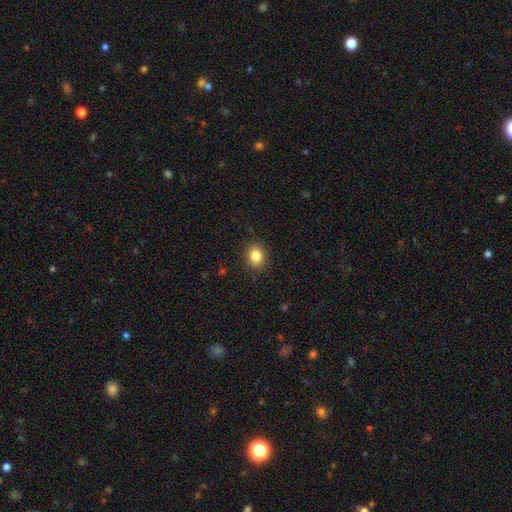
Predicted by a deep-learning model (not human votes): The model was most divided on "how rounded": round: 53%, in between: 46%, cigar-shaped: 1%. More confident: merging — none (89%); smooth or featured — smooth (84%).